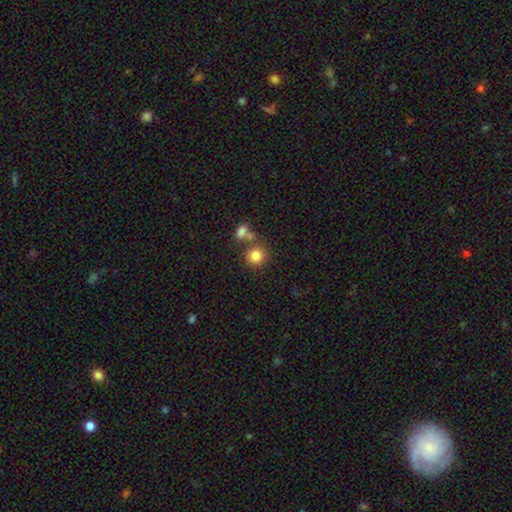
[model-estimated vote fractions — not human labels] This is clearly a smooth galaxy (83%). How rounded: clearly round (87%). Merging: likely none (64%).